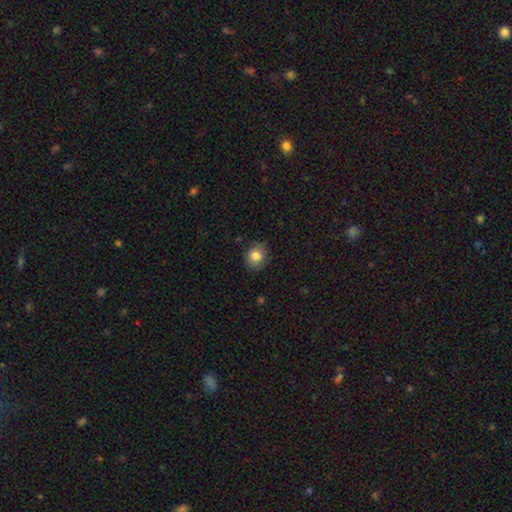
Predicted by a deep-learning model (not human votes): Smooth or featured? Predicted: smooth (p=0.84). How rounded? Predicted: round (p=0.71). Merging? Predicted: none (p=0.83).